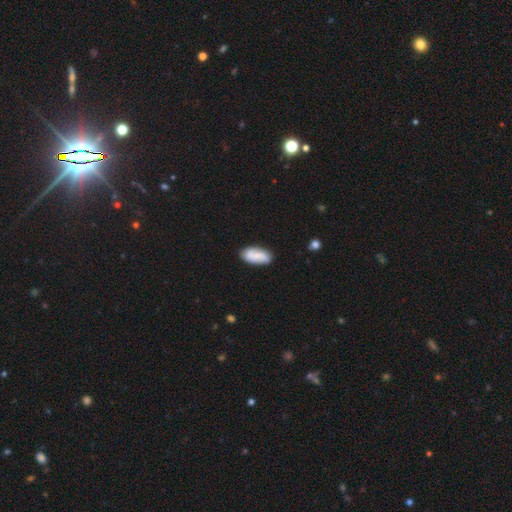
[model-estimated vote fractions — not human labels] Smooth or featured?
  - smooth: 60% *
  - featured or disk: 33%
  - star or artifact: 7%
How rounded?
  - in between: 89% *
  - cigar-shaped: 8%
  - round: 3%
Merging?
  - none: 79% *
  - minor disturbance: 15%
  - major disturbance: 3%
  - merger: 3%